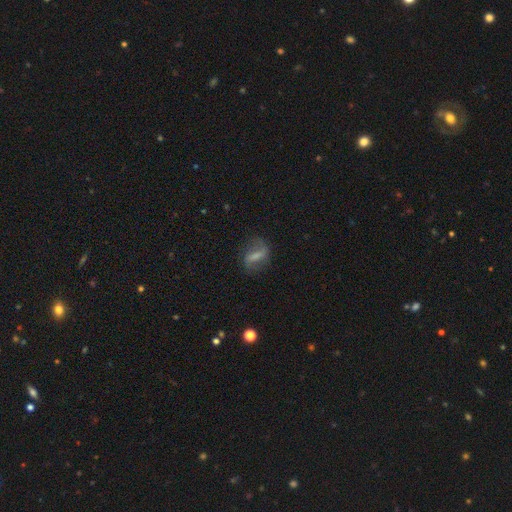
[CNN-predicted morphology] Smooth or featured: featured or disk — 55% (smooth — 35%)
Edge-on disk: no — 91% (yes — 9%)
Merging: none — 67% (minor disturbance — 19%)